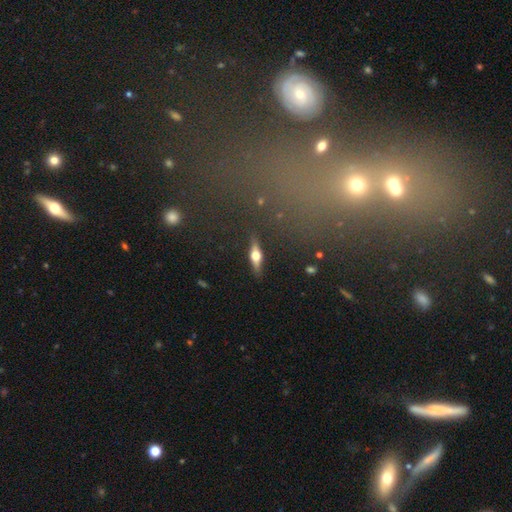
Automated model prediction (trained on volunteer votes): This is likely a featured or disk galaxy (63%). It is clearly viewed edge-on (94%). Edge-on bulge: clearly rounded (95%). Merging: clearly none (87%).